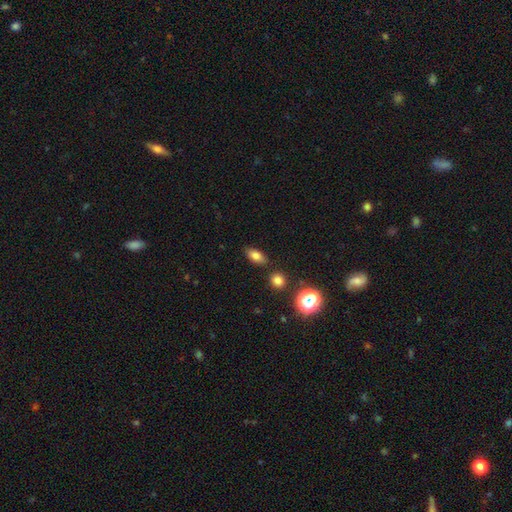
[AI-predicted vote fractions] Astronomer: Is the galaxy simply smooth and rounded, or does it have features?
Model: smooth — 76%.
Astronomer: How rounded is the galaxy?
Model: in between — 83%.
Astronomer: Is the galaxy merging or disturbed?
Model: none — 83%.